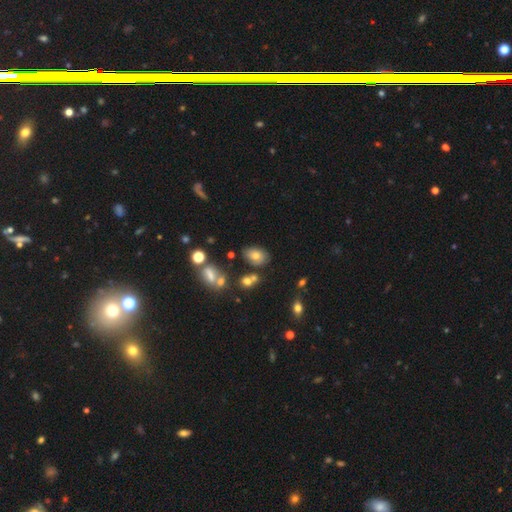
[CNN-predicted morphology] This appears to be a smooth galaxy with no disk features (68%) that is in between round and cigar-shaped (83%). Merging: none (66%).